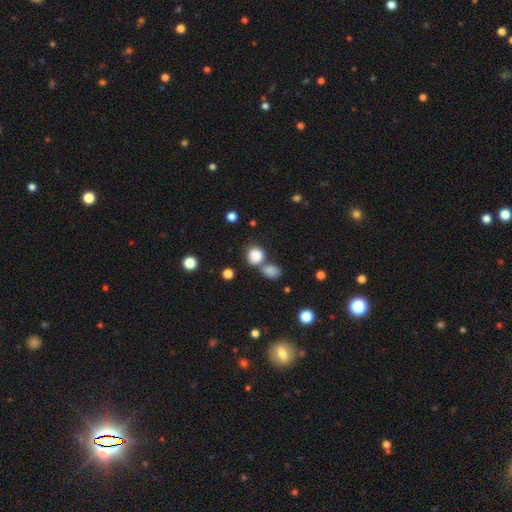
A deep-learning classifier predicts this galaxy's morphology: Smooth or featured? smooth (84%)
How rounded? round (73%)
Merging? none (52%)